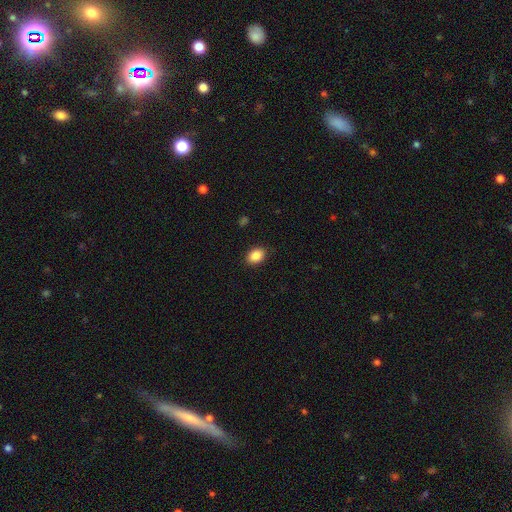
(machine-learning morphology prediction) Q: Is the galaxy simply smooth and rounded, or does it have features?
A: smooth — 88%.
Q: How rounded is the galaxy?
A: in between — 74%.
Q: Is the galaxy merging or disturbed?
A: none — 88%.